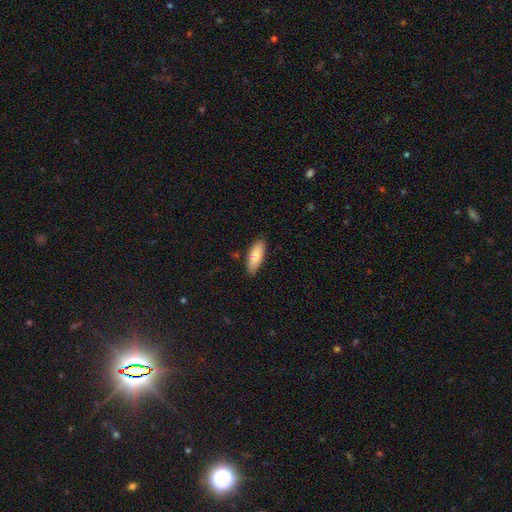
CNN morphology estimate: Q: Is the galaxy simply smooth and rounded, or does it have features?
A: smooth — 84%.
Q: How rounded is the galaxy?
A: in between — 72%.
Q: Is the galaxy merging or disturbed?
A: none — 84%.